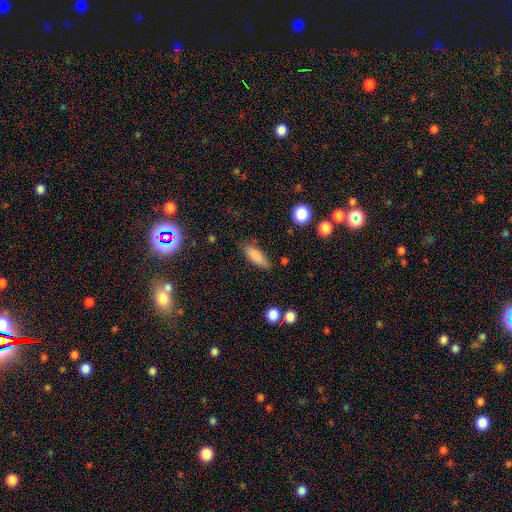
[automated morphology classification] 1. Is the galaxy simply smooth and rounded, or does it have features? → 84% smooth, 8% star or artifact, 8% featured or disk.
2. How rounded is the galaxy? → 68% in between, 30% cigar-shaped, 2% round.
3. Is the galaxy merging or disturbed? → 73% none, 19% minor disturbance, 5% major disturbance, 2% merger.